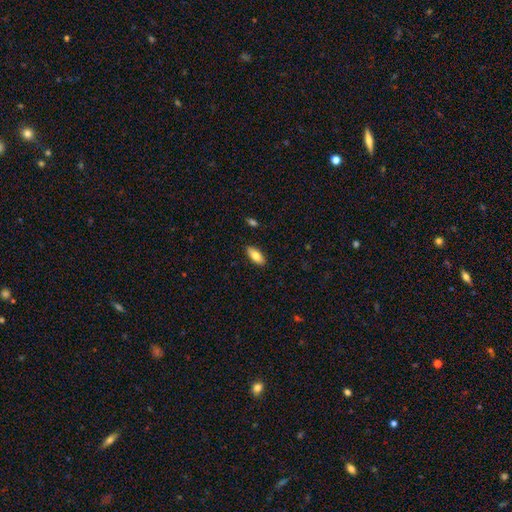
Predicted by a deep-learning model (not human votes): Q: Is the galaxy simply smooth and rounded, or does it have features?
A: smooth — 78%.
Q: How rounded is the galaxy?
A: in between — 83%.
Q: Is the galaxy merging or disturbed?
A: none — 89%.